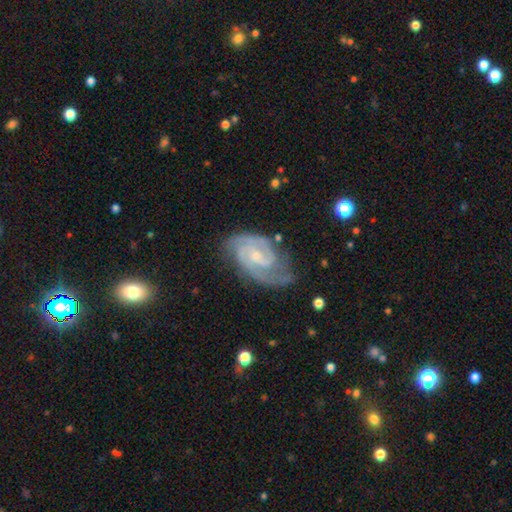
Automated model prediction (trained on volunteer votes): Smooth or featured?
  - featured or disk: 92% *
  - star or artifact: 4%
  - smooth: 4%
Edge-on disk?
  - no: 97% *
  - yes: 3%
Bar?
  - weak: 44% * (tied)
  - no: 44% * (tied)
  - strong: 12%
Spiral arms?
  - yes: 98% *
  - no: 2%
Spiral winding?
  - tight: 54% *
  - medium: 40%
  - loose: 5%
Spiral arm count?
  - 2: 68% *
  - 3: 18%
  - can't tell: 6%
  - 4: 3%
  - 1: 3%
  - more than 4: 2%
Bulge size?
  - small: 68% *
  - moderate: 26%
  - none: 4%
  - large: 1%
  - dominant: 1%
Merging?
  - none: 72% *
  - minor disturbance: 20%
  - major disturbance: 6%
  - merger: 2%